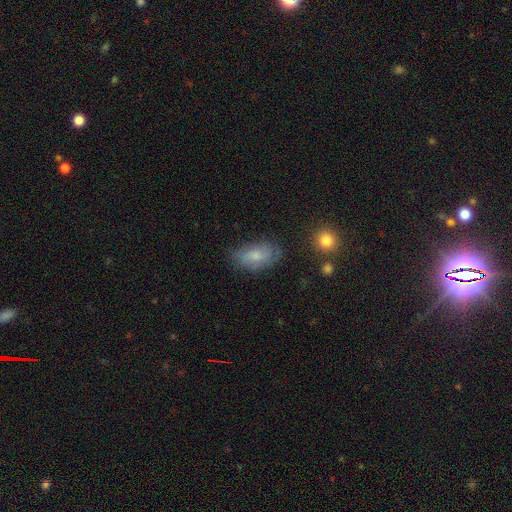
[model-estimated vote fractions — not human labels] Morphology: type=smooth (69%); roundness=in between (92%); merging=none (71%).